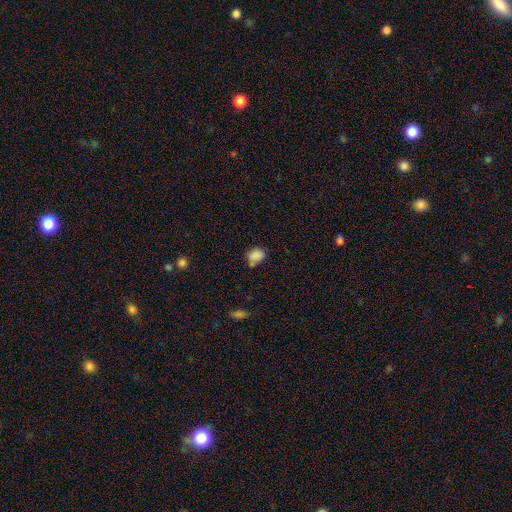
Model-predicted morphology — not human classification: This appears to be a smooth galaxy with no disk features (84%) that is in between round and cigar-shaped (56%). Merging: none (53%).